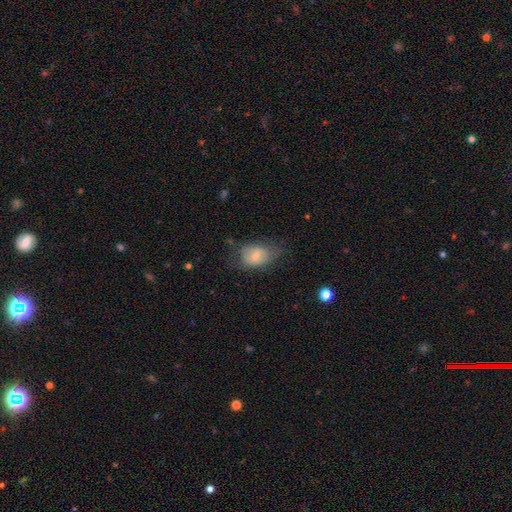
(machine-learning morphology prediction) This appears to be a smooth galaxy with no disk features (66%) that is in between round and cigar-shaped (80%). Merging: none (48%).